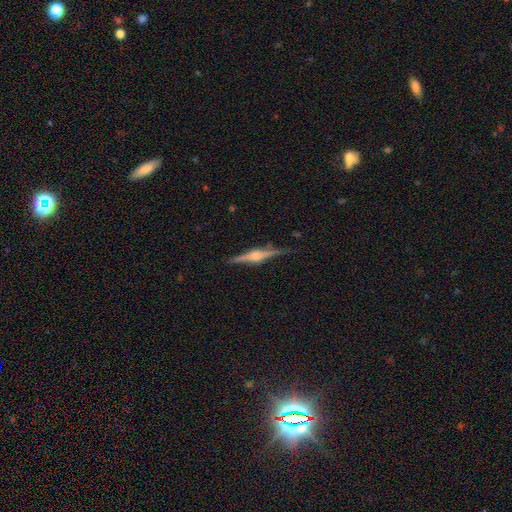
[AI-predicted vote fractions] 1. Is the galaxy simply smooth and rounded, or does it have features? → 83% featured or disk, 12% smooth, 6% star or artifact.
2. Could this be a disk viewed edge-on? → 98% yes, 2% no.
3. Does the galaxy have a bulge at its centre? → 90% rounded, 7% boxy, 3% none.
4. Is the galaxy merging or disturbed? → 87% none, 10% minor disturbance, 2% major disturbance, 1% merger.